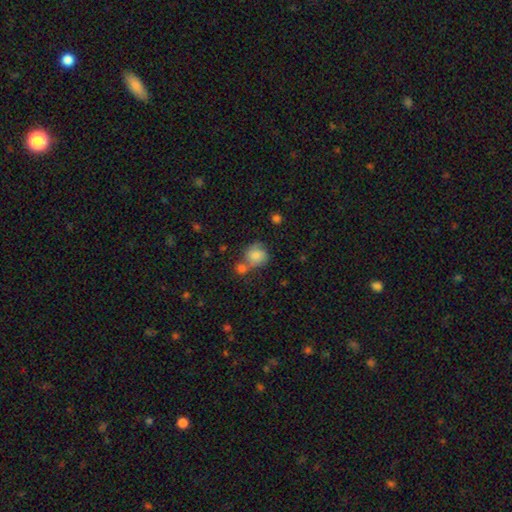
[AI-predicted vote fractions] Smooth or featured?
  - smooth: 70% *
  - featured or disk: 21%
  - star or artifact: 9%
How rounded?
  - round: 75% *
  - in between: 24%
  - cigar-shaped: 1%
Merging?
  - none: 39% *
  - merger: 31%
  - minor disturbance: 20%
  - major disturbance: 11%